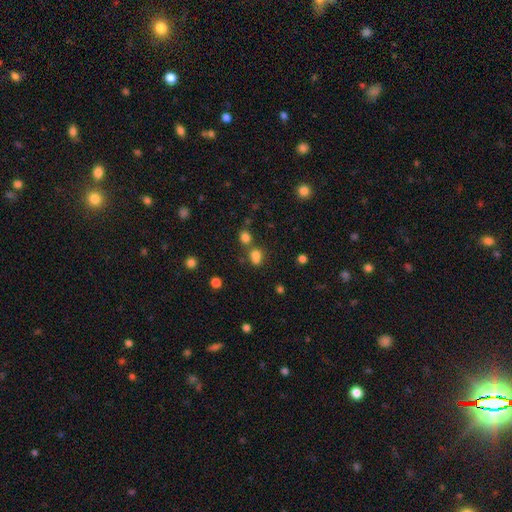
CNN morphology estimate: smooth_or_featured: smooth (p=0.74) [alt: star or artifact p=0.18]
how_rounded: round (p=0.56) [alt: in between p=0.43]
merging: none (p=0.46) [alt: merger p=0.38]